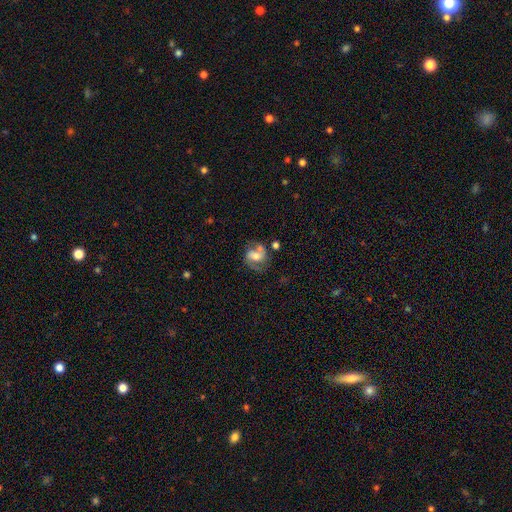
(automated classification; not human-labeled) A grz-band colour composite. It shows a featured or disk galaxy (64%) with a weak bar (40%), 2 (83%) medium (51%) spiral arms (83%) and a moderate central bulge (58%). Merging: none (54%).